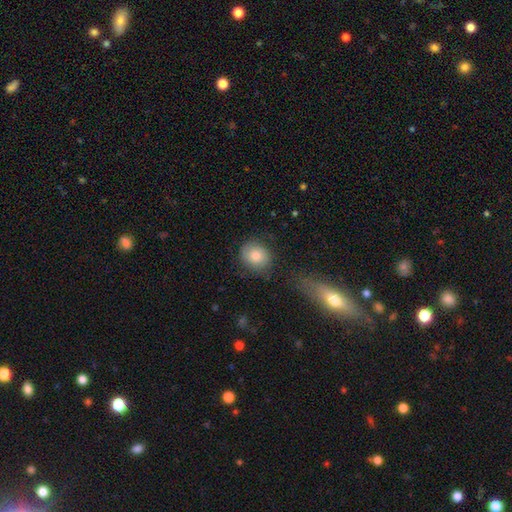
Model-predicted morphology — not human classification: A smooth galaxy with no disk features (71%) that is round (75%). Merging: none (74%).